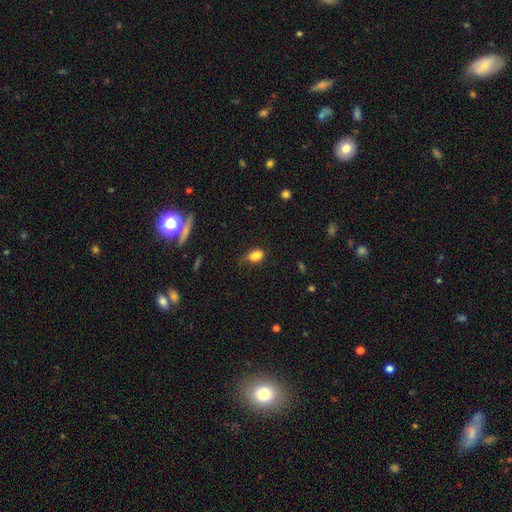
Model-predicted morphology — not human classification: Overall: smooth (84%). How rounded: in between (85%). Merging: none (56%; minor disturbance 32%).